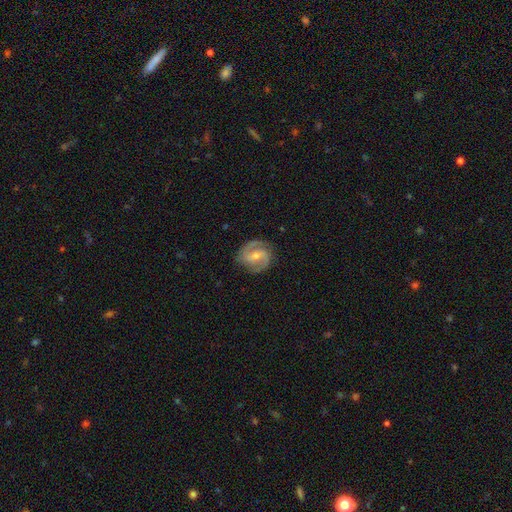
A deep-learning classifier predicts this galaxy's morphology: A featured or disk galaxy (86%) with a weak bar (47%), 2 (91%) medium (52%) spiral arms (97%) and a small central bulge (52%).

Vote fractions:
- Smooth or featured? featured or disk: 86% / smooth: 9% / star or artifact: 5%
- Edge-on disk? no: 98% / yes: 2%
- Bar? weak: 47% / strong: 29% / no: 24%
- Spiral arms? yes: 97% / no: 3%
- Spiral winding? medium: 52% / tight: 34% / loose: 14%
- Spiral arm count? 2: 91% / can't tell: 3% / 3: 2% / 1: 2% / 4: 1% / more than 4: 1%
- Bulge size? small: 52% / moderate: 43% / none: 2% / large: 2% / dominant: 1%
- Merging? none: 84% / minor disturbance: 12% / major disturbance: 4% / merger: 1%